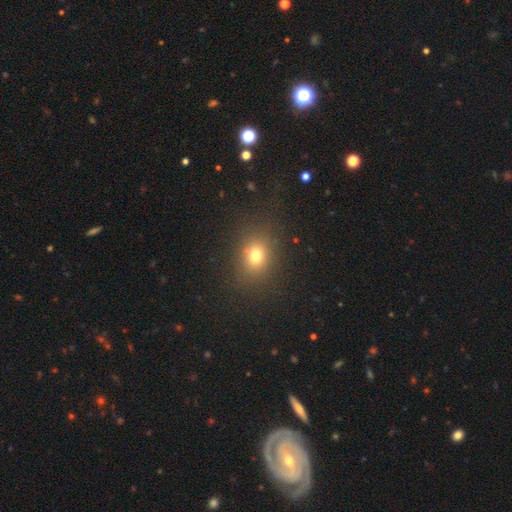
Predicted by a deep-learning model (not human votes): Smooth or featured? Predicted: smooth (p=0.73). How rounded? Predicted: round (p=0.50). Merging? Predicted: none (p=0.83).